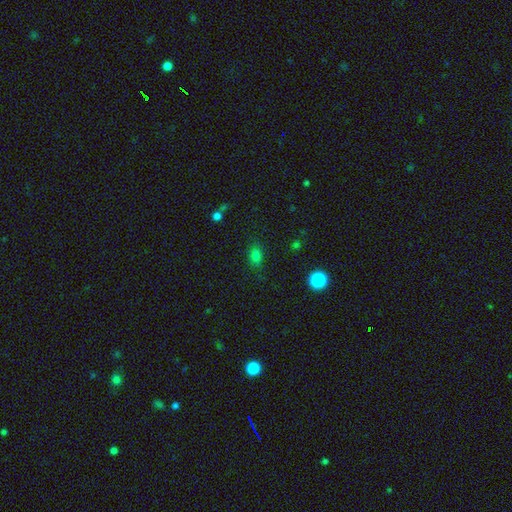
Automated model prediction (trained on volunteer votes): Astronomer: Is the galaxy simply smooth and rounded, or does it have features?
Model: smooth — 78%.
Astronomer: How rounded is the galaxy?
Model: in between — 75%.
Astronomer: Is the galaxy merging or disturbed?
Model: none — 81%.